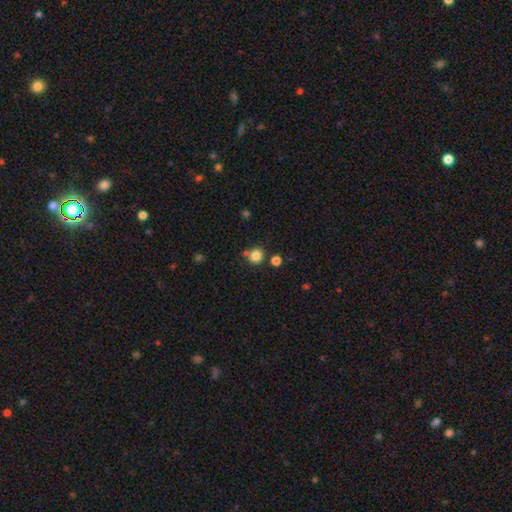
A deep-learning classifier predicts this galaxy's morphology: The model was most divided on "merging": none: 73%, merger: 13%, minor disturbance: 11%, major disturbance: 3%. More confident: how rounded — round (91%); smooth or featured — smooth (83%).